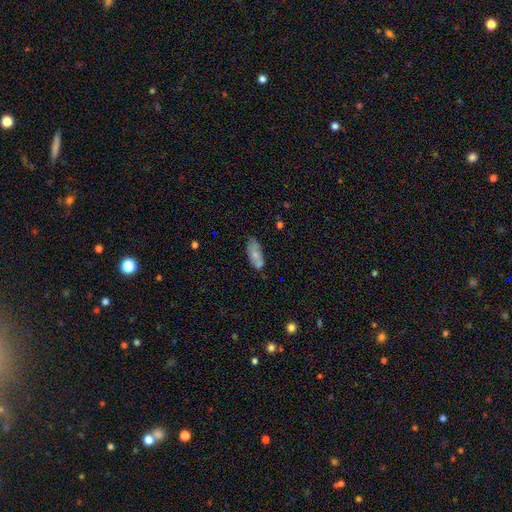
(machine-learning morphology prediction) A smooth galaxy with no disk features (71%) that is in between round and cigar-shaped (80%). Merging: none (68%).